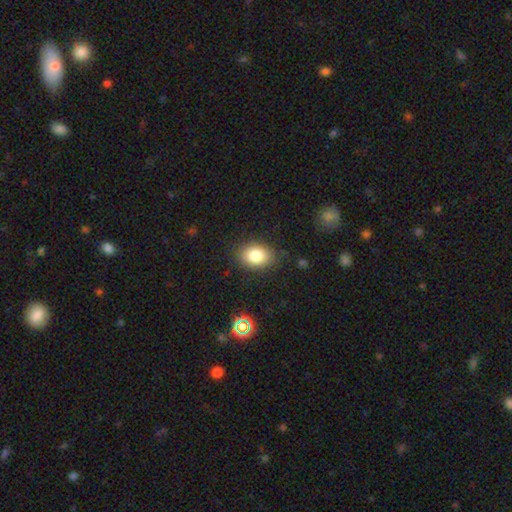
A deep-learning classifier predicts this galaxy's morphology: Smooth or featured: smooth — 83% (star or artifact — 10%)
How rounded: in between — 73% (round — 26%)
Merging: none — 82% (minor disturbance — 13%)